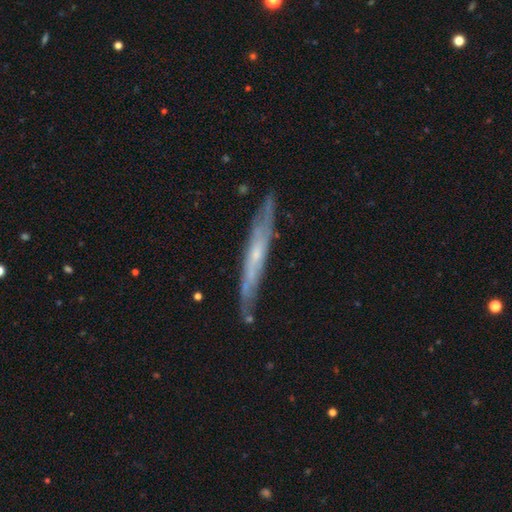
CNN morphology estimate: type=featured or disk (71%); edge-on=yes (79%); edge-on bulge=none (56%); merging=none (79%).